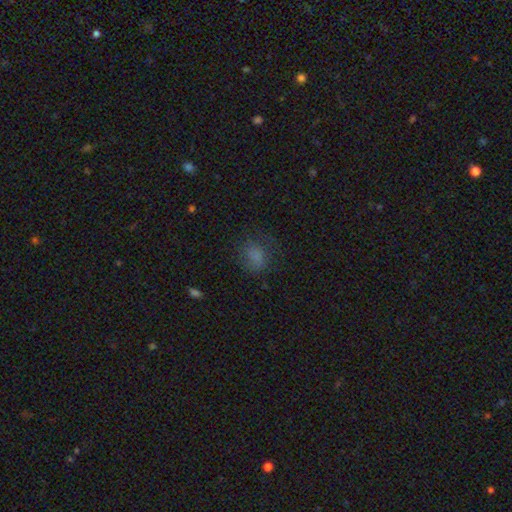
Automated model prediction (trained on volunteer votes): Morphology: type=smooth (72%); roundness=round (54%); merging=none (61%).